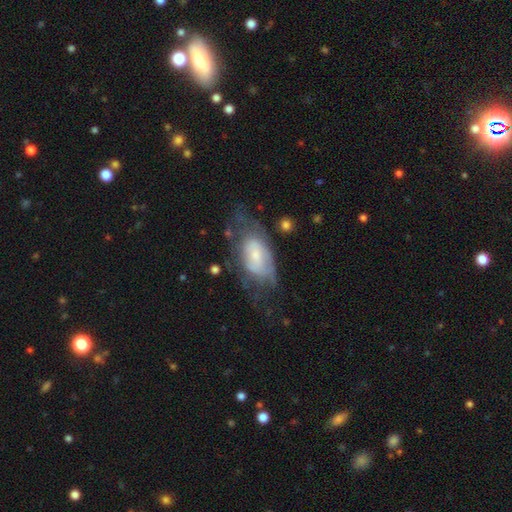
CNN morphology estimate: A featured or disk galaxy (60%) with no bar (61%), spiral arms (63%) and a small central bulge (47%). Merging: none (40%).